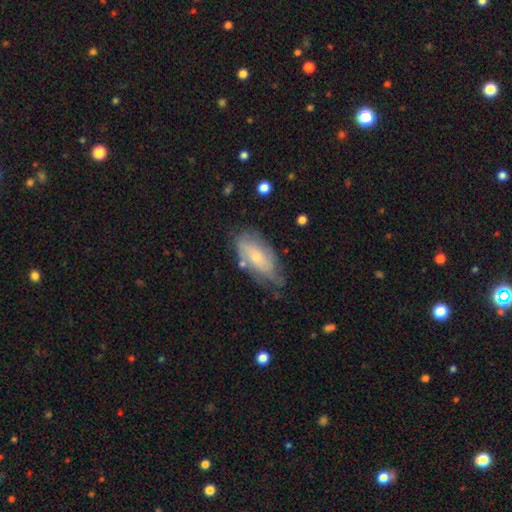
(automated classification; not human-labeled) Q: Smooth or featured?
A: smooth (46%); tied with: featured or disk (46%)
Q: Merging?
A: none (56%); runner-up: minor disturbance (30%)